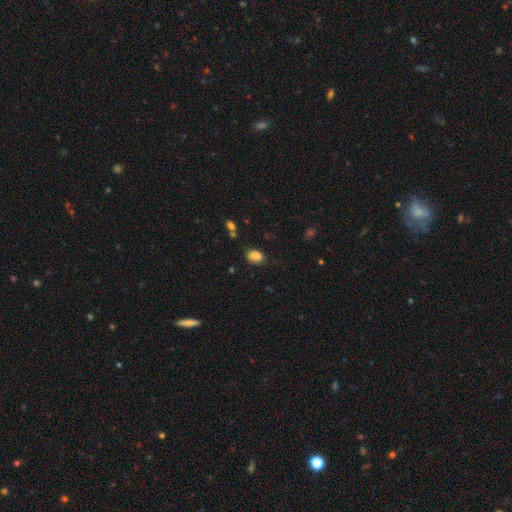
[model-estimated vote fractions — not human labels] Q: Smooth or featured?
A: smooth (82%); runner-up: star or artifact (10%)
Q: How rounded?
A: in between (76%); runner-up: round (23%)
Q: Merging?
A: none (67%); runner-up: minor disturbance (24%)